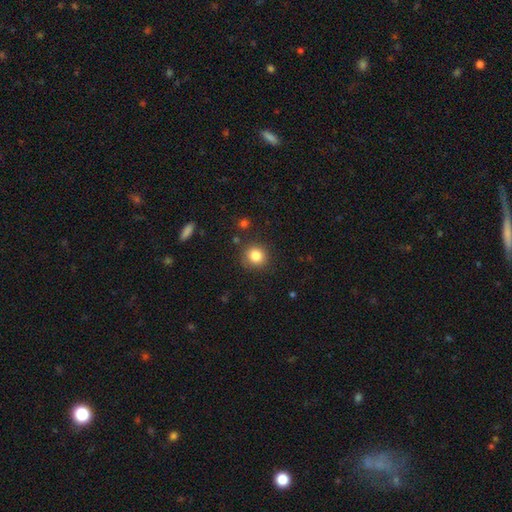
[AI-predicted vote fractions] Smooth or featured? smooth (83%)
How rounded? round (87%)
Merging? none (85%)